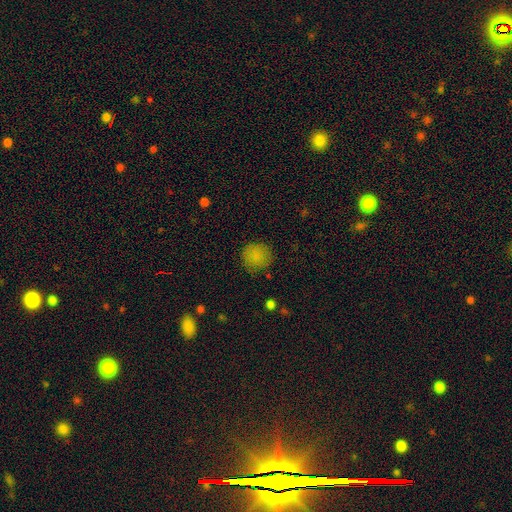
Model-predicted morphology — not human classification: This appears to be a smooth galaxy with no disk features (83%) that is round (91%). Merging: none (81%).